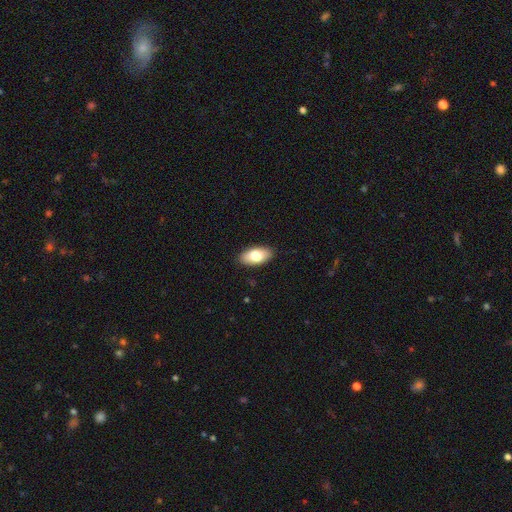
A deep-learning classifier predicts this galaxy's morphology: A smooth galaxy with no disk features (78%) that is in between round and cigar-shaped (93%). Merging: none (89%).